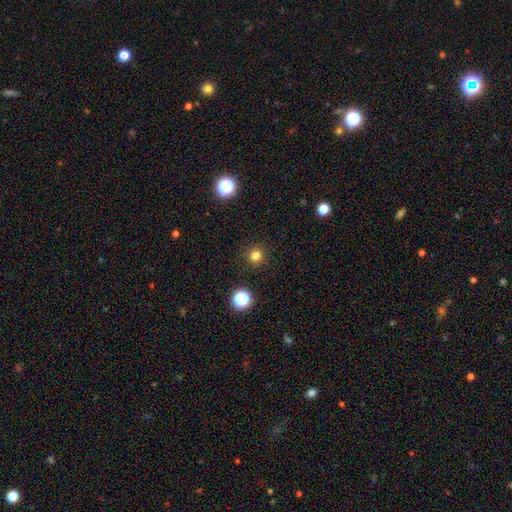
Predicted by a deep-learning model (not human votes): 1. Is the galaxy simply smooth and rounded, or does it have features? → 79% smooth, 16% star or artifact, 5% featured or disk.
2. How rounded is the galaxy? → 95% round, 4% in between, 1% cigar-shaped.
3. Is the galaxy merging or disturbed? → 92% none, 5% minor disturbance, 2% major disturbance, 1% merger.